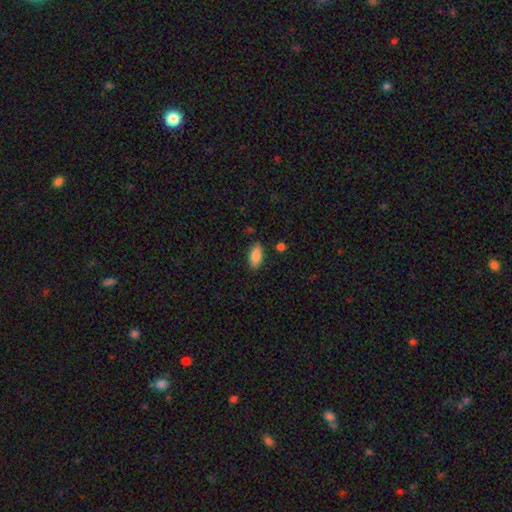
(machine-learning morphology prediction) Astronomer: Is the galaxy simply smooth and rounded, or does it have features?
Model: smooth — 88%.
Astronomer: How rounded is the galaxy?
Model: in between — 89%.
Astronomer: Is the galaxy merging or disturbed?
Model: none — 84%.